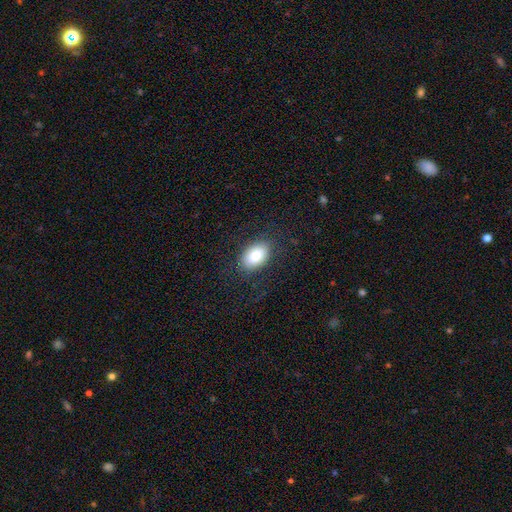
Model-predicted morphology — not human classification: This appears to be a smooth galaxy with no disk features (84%) that is in between round and cigar-shaped (91%). Merging: none (82%).